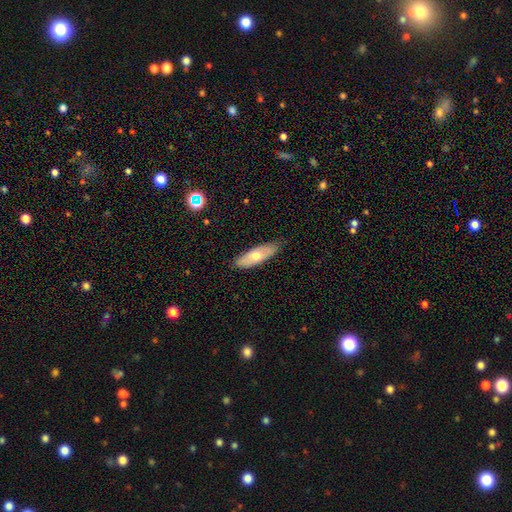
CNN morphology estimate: A smooth galaxy with no disk features (62%) that is in between round and cigar-shaped (59%).

Vote fractions:
- Smooth or featured? smooth: 62% / featured or disk: 32% / star or artifact: 6%
- How rounded? in between: 59% / cigar-shaped: 39% / round: 2%
- Merging? none: 84% / minor disturbance: 13% / major disturbance: 2% / merger: 1%